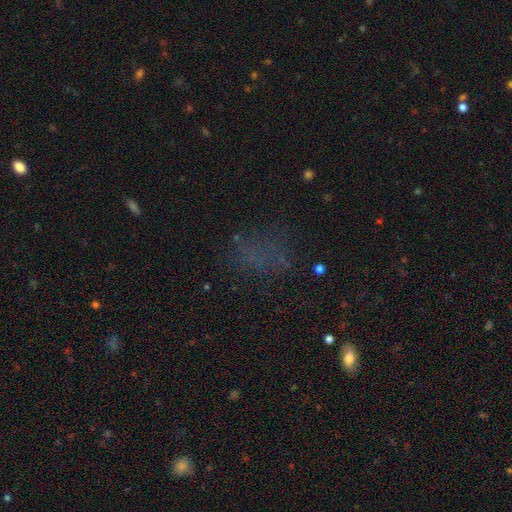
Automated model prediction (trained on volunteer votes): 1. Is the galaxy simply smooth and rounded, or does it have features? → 45% smooth, 38% star or artifact, 17% featured or disk.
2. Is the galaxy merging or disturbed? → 62% none, 18% major disturbance, 17% minor disturbance, 3% merger.